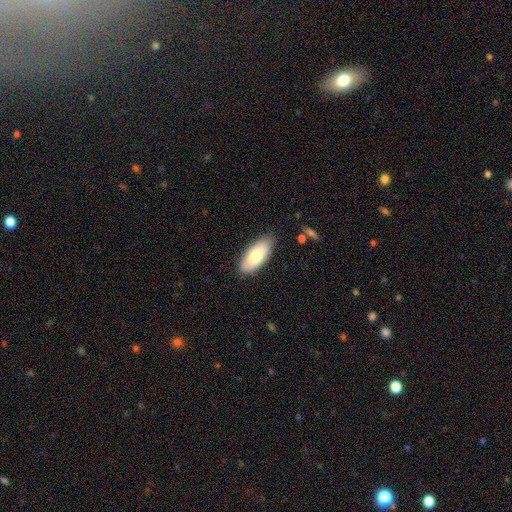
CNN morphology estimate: A smooth galaxy with no disk features (75%) that is in between round and cigar-shaped (88%).

Vote fractions:
- Smooth or featured? smooth: 75% / featured or disk: 19% / star or artifact: 6%
- How rounded? in between: 88% / cigar-shaped: 10% / round: 2%
- Merging? none: 85% / minor disturbance: 12% / major disturbance: 2% / merger: 1%